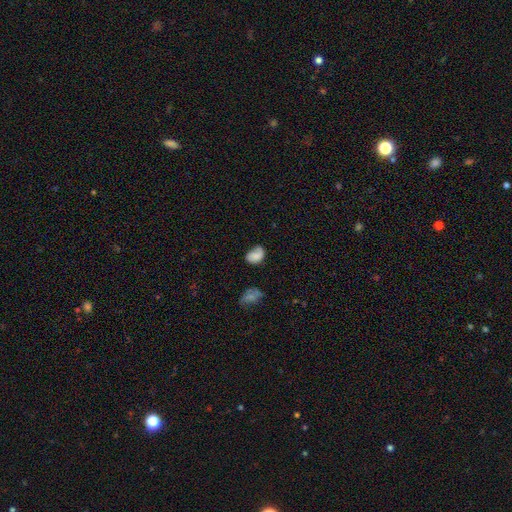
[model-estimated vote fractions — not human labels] The model was most divided on "merging": none: 48%, minor disturbance: 32%, major disturbance: 16%, merger: 4%. More confident: how rounded — in between (74%); smooth or featured — smooth (67%).